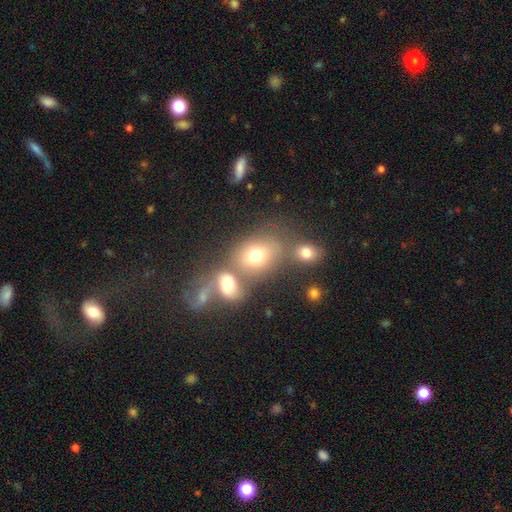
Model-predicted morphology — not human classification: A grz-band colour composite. It shows a smooth galaxy with no disk features (72%) that is in between round and cigar-shaped (58%). Merging: none (44%).